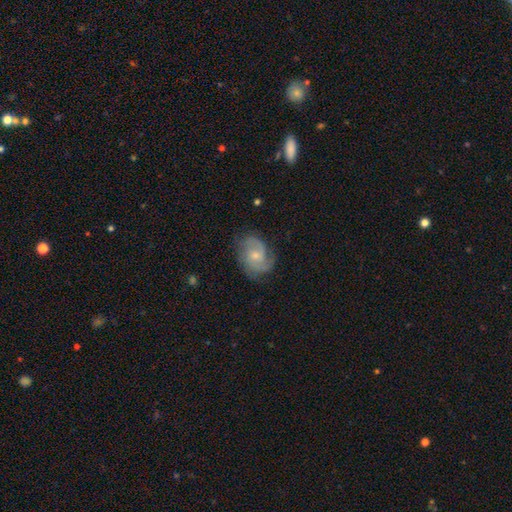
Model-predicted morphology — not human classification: This is likely a featured or disk galaxy (70%). It is clearly not viewed edge-on (97%). Bar: likely no (65%). Spiral arm pattern: clearly yes (92%). Spiral arm count: possibly 2 (45%). Spiral winding: possibly medium (46%). Central bulge: possibly small (55%). Merging: likely none (64%).